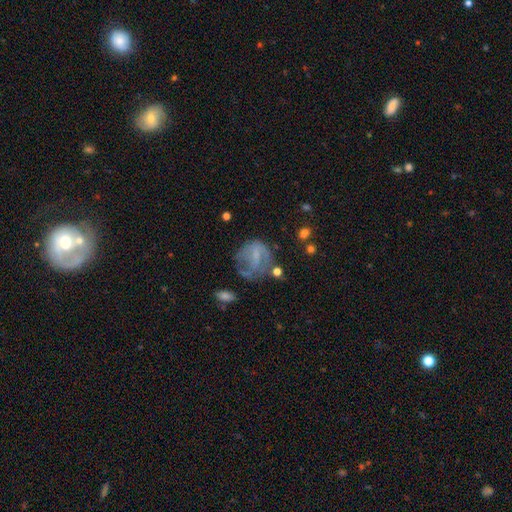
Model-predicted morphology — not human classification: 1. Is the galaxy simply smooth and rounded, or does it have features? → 52% featured or disk, 37% smooth, 12% star or artifact.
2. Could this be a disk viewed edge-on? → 97% no, 3% yes.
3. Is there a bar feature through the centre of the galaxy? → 41% weak (tied), 41% no (tied), 18% strong.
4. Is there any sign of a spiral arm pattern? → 52% yes, 48% no.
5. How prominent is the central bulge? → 42% none, 37% small, 17% moderate, 2% large, 1% dominant.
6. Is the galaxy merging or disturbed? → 41% none, 30% major disturbance, 23% minor disturbance, 6% merger.